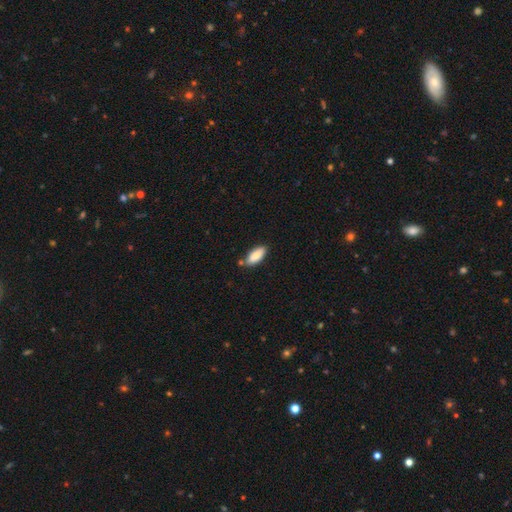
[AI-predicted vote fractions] A smooth galaxy with no disk features (86%) that is in between round and cigar-shaped (83%). Merging: none (71%).